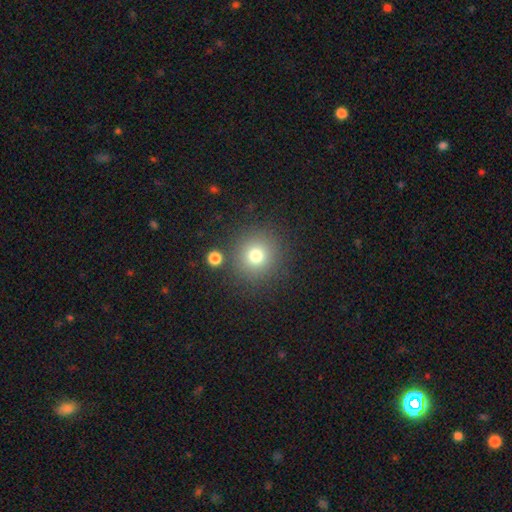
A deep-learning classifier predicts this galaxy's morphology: This is likely a smooth galaxy (76%). How rounded: clearly round (94%). Merging: clearly none (85%).